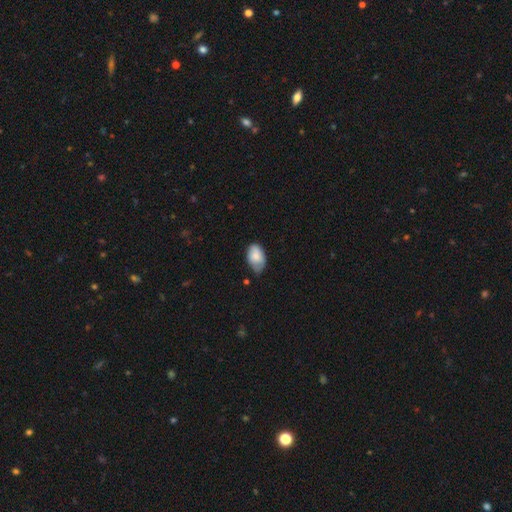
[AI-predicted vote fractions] Smooth or featured? smooth (80%)
How rounded? in between (90%)
Merging? none (49%)